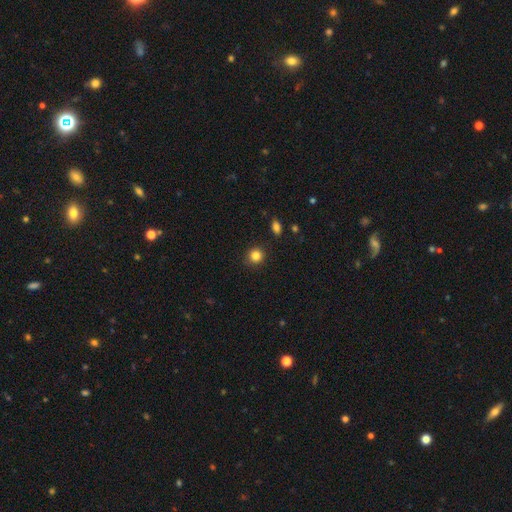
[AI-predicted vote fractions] Smooth or featured?
  - smooth: 84% *
  - star or artifact: 11%
  - featured or disk: 5%
How rounded?
  - round: 88% *
  - in between: 11%
  - cigar-shaped: 1%
Merging?
  - none: 88% *
  - minor disturbance: 8%
  - major disturbance: 2%
  - merger: 1%